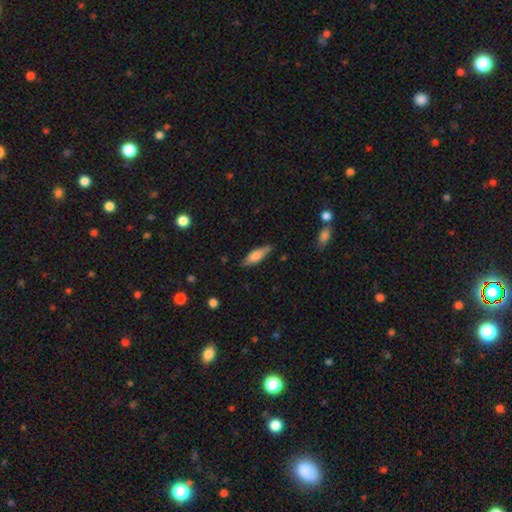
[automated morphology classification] This is likely a smooth galaxy (68%). How rounded: possibly in between (49%). Merging: likely none (80%).